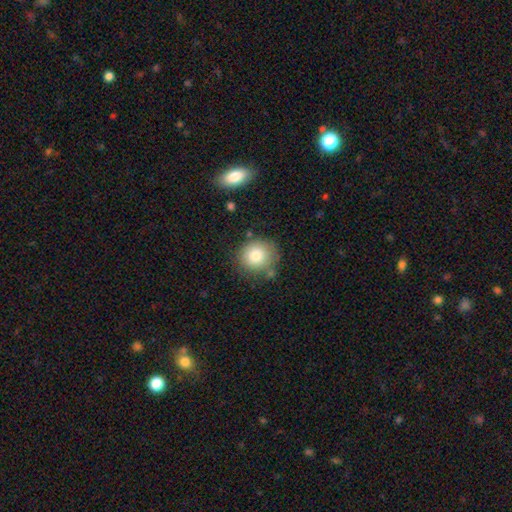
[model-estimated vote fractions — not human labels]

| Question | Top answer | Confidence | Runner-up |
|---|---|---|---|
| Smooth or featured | smooth | 81% | featured or disk (10%) |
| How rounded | round | 88% | in between (11%) |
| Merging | none | 74% | minor disturbance (16%) |